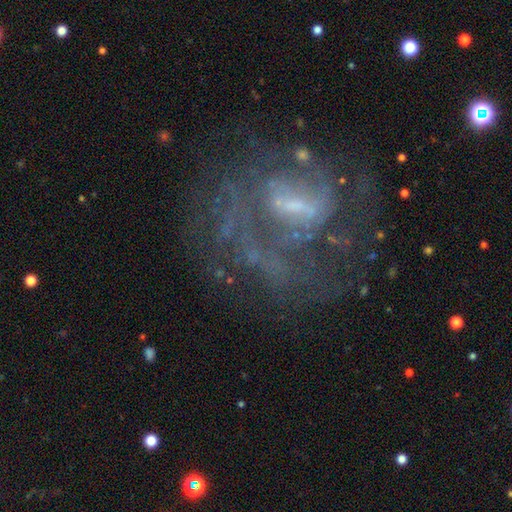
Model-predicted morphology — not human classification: This appears to be a featured or disk galaxy (74%) with a weak bar (46%), spiral arms (65%) and a small central bulge (48%). Merging: none (50%).